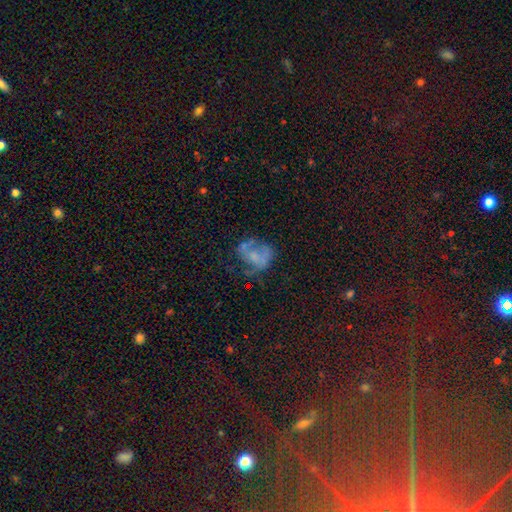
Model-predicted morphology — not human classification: Smooth or featured? Predicted: featured or disk (p=0.52). Edge-on disk? Predicted: no (p=0.98). Bar? Predicted: no (p=0.80). Spiral arms? Predicted: no (p=0.70). Bulge size? Predicted: none (p=0.54). Merging? Predicted: none (p=0.35).